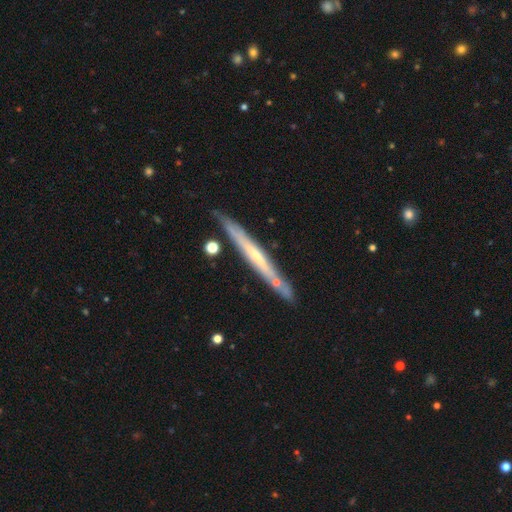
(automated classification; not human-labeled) smooth-or-featured: featured or disk: 65% | smooth: 30% | star or artifact: 6%
  disk-edge-on: yes: 92% | no: 8%
    edge-on-bulge: none: 66% | rounded: 27% | boxy: 7%
  merging: none: 80% | minor disturbance: 13% | merger: 5% | major disturbance: 2%